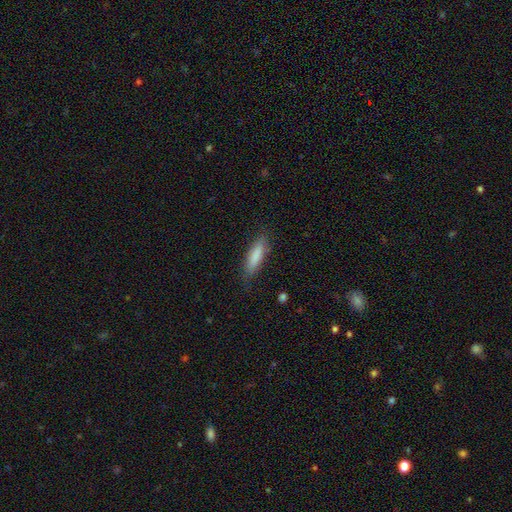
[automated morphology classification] Smooth or featured? smooth (82%)
How rounded? cigar-shaped (69%)
Merging? none (81%)